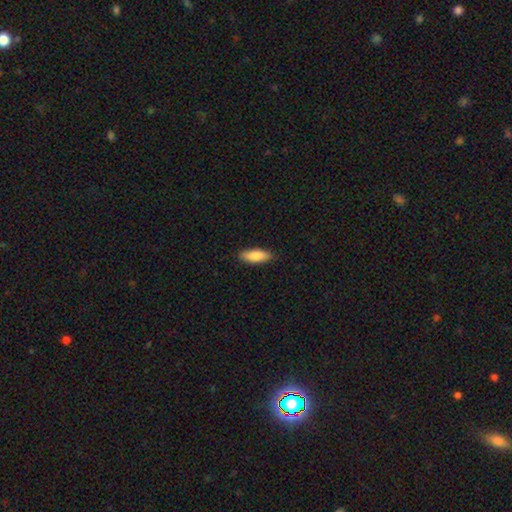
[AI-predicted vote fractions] smooth-or-featured: smooth: 85% | featured or disk: 10% | star or artifact: 6%
  how-rounded: in between: 63% | cigar-shaped: 35% | round: 2%
  merging: none: 88% | minor disturbance: 9% | major disturbance: 2% | merger: 1%